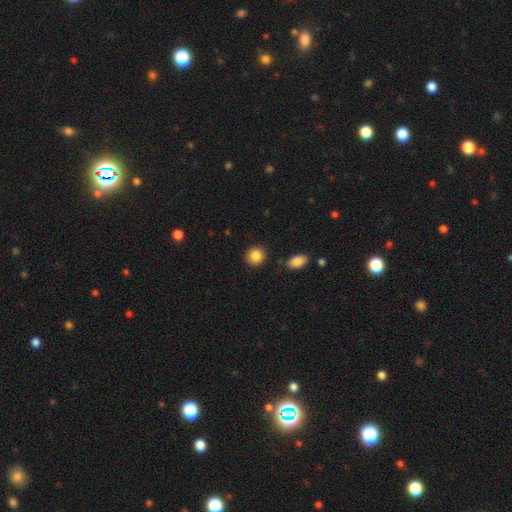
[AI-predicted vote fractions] smooth-or-featured: smooth: 87% | star or artifact: 9% | featured or disk: 5%
  how-rounded: round: 86% | in between: 13% | cigar-shaped: 1%
  merging: none: 88% | minor disturbance: 7% | merger: 3% | major disturbance: 2%